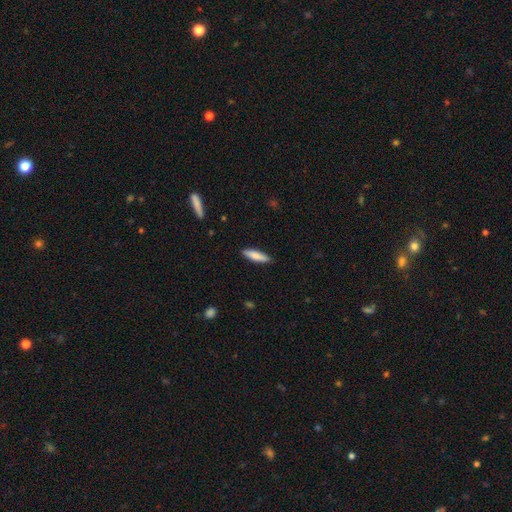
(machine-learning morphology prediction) smooth_or_featured: smooth (p=0.82) [alt: featured or disk p=0.13]
how_rounded: cigar-shaped (p=0.69) [alt: in between p=0.30]
merging: none (p=0.88) [alt: minor disturbance p=0.09]